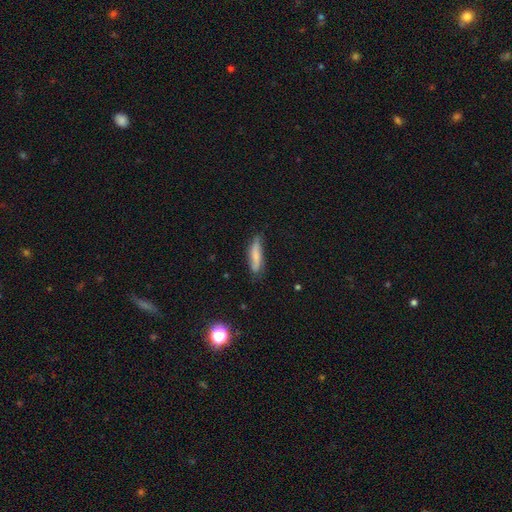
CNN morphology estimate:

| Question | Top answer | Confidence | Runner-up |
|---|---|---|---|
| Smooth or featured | smooth | 67% | featured or disk (25%) |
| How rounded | cigar-shaped | 71% | in between (27%) |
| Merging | none | 70% | minor disturbance (24%) |